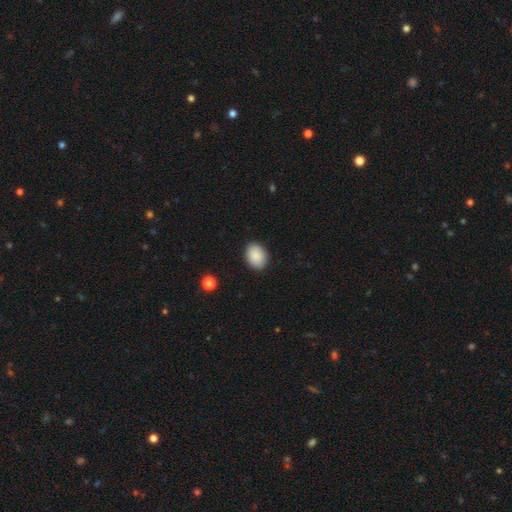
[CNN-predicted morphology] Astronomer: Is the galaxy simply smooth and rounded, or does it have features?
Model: smooth — 89%.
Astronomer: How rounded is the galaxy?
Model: in between — 76%.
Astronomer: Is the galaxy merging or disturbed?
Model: none — 88%.